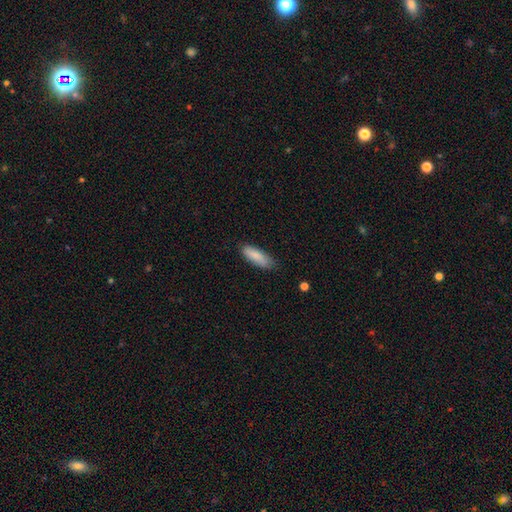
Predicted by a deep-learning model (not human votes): Overall: smooth (87%). How rounded: in between (61%; cigar-shaped 37%). Merging: none (79%).